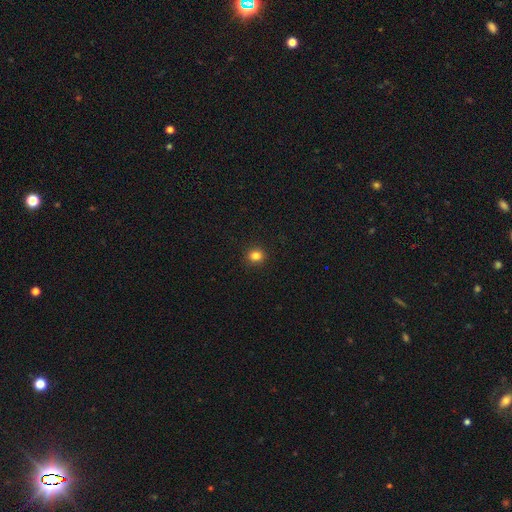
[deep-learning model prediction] A smooth galaxy with no disk features (83%) that is round (86%).

Vote fractions:
- Smooth or featured? smooth: 83% / star or artifact: 13% / featured or disk: 4%
- How rounded? round: 86% / in between: 13% / cigar-shaped: 1%
- Merging? none: 92% / minor disturbance: 5% / major disturbance: 2% / merger: 1%